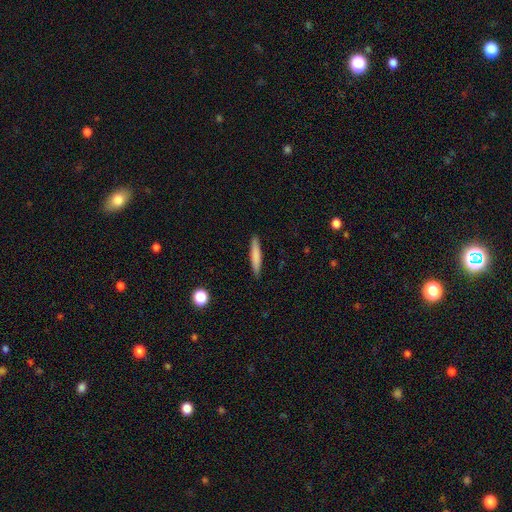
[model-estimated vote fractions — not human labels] smooth_or_featured: smooth (p=0.78) [alt: featured or disk p=0.17]
how_rounded: cigar-shaped (p=0.92) [alt: in between p=0.07]
merging: none (p=0.90) [alt: minor disturbance p=0.07]